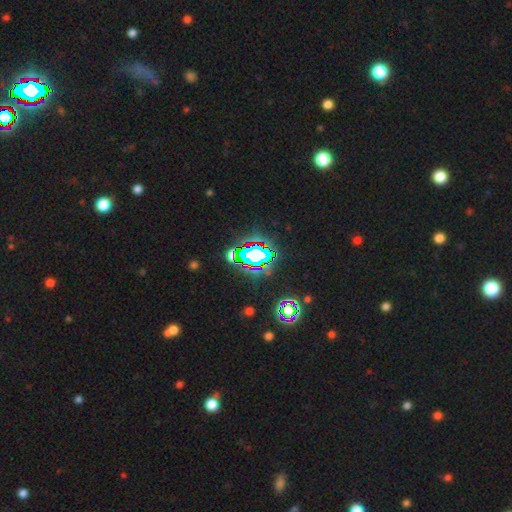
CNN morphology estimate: A star or artifact, not a galaxy (66%).